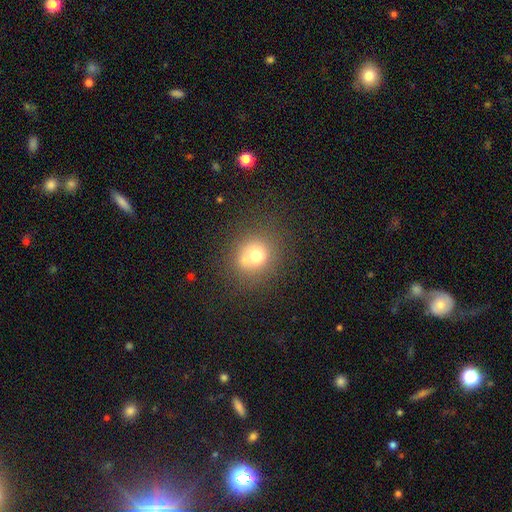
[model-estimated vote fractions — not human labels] Smooth or featured? smooth (68%)
How rounded? round (80%)
Merging? none (50%)